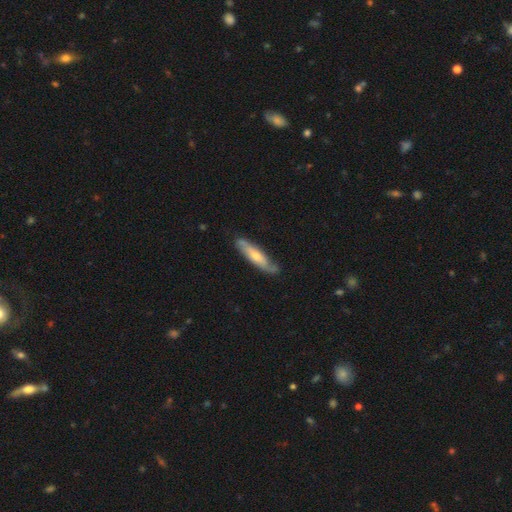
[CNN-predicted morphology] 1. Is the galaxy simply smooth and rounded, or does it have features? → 49% smooth, 46% featured or disk, 5% star or artifact.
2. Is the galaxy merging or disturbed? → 76% none, 18% minor disturbance, 3% major disturbance, 2% merger.